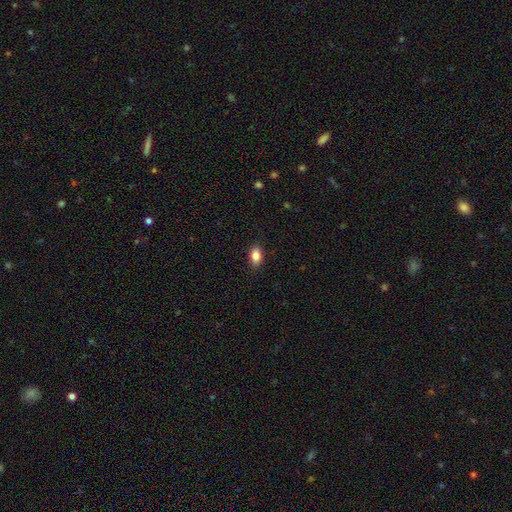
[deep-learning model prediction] Smooth or featured: smooth — 86% (star or artifact — 8%)
How rounded: in between — 87% (round — 10%)
Merging: none — 88% (minor disturbance — 9%)